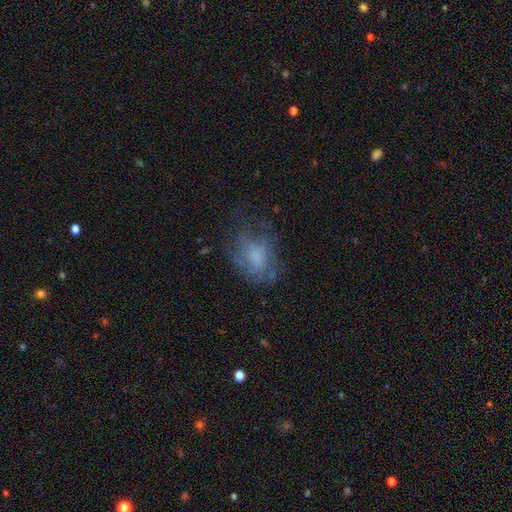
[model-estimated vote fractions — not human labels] smooth 45%, featured or disk 40%, star or artifact 15%. Down the decision tree: merging — none (54%).